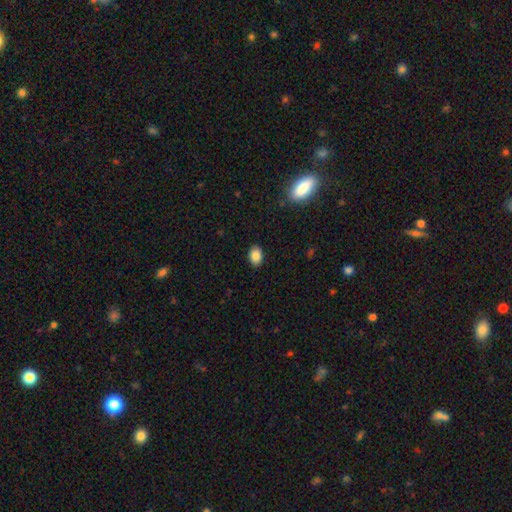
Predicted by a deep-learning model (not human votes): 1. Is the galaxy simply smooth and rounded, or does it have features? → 85% smooth, 9% star or artifact, 6% featured or disk.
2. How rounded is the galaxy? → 81% in between, 18% round, 1% cigar-shaped.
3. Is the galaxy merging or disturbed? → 89% none, 8% minor disturbance, 2% major disturbance, 1% merger.